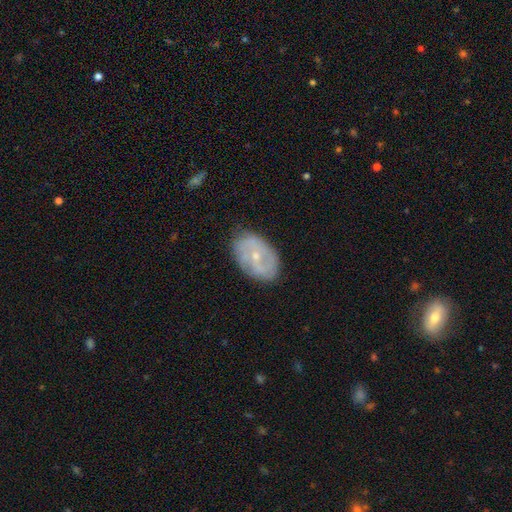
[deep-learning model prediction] Smooth or featured? featured or disk (65%)
Edge-on disk? no (95%)
Bar? no (55%)
Spiral arms? yes (67%)
Bulge size? small (71%)
Merging? none (77%)